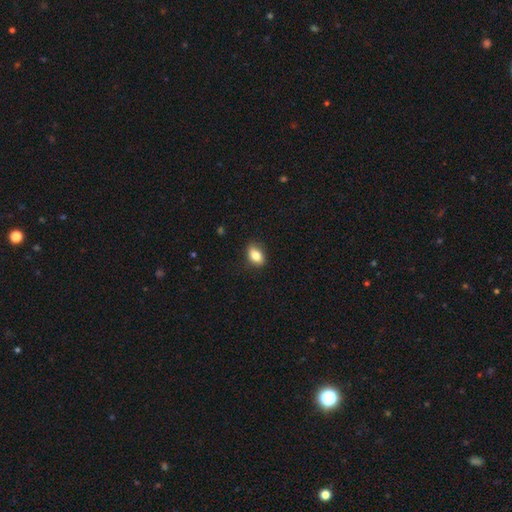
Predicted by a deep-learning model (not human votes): This appears to be a smooth galaxy with no disk features (83%) that is in between round and cigar-shaped (83%). Merging: none (83%).